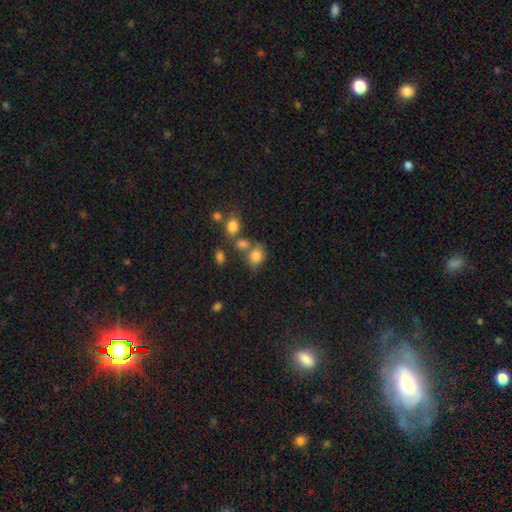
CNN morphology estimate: This appears to be a smooth galaxy with no disk features (80%) that is in between round and cigar-shaped (50%). Merging: none (51%).